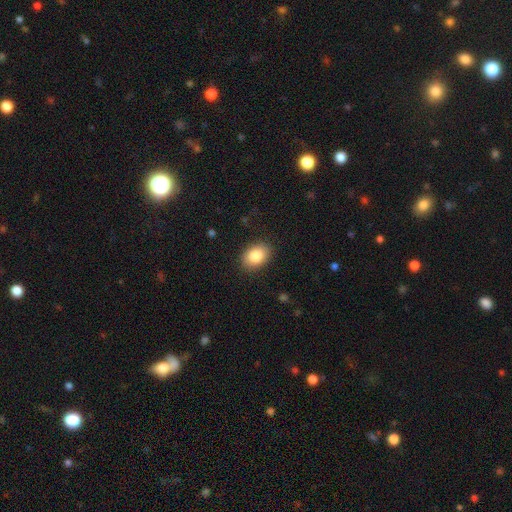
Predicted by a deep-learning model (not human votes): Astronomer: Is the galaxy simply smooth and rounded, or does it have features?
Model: smooth — 87%.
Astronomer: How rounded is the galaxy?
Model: in between — 81%.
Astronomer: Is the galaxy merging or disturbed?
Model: none — 87%.